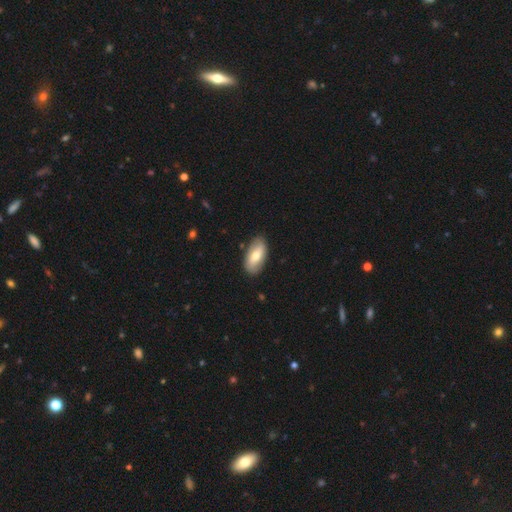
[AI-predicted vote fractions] Smooth or featured? smooth (65%)
How rounded? in between (93%)
Merging? none (84%)